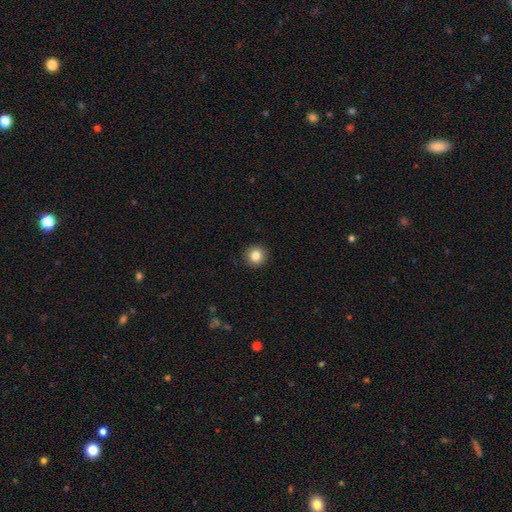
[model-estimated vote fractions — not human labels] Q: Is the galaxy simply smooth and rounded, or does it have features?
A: smooth — 84%.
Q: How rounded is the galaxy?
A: round — 94%.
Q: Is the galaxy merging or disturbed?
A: none — 92%.